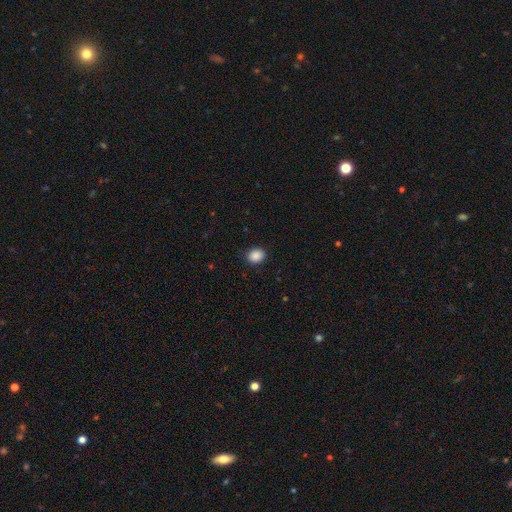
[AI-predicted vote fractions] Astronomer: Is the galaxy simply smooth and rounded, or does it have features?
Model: smooth — 89%.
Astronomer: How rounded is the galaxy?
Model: round — 61% (runner-up: in between, 39%).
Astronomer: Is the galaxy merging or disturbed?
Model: none — 90%.